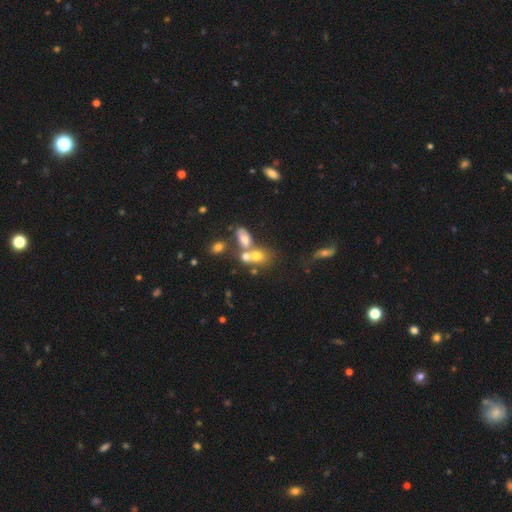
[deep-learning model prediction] Smooth or featured? Predicted: smooth (p=0.59). How rounded? Predicted: in between (p=0.54). Merging? Predicted: merger (p=0.55).